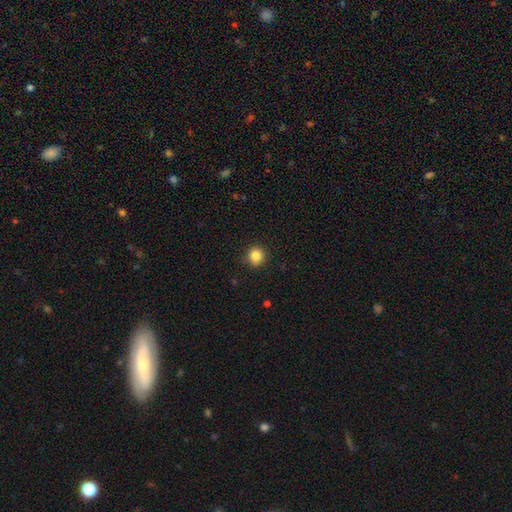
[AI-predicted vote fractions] smooth-or-featured: smooth: 85% | star or artifact: 11% | featured or disk: 4%
  how-rounded: round: 90% | in between: 9% | cigar-shaped: 1%
  merging: none: 87% | minor disturbance: 10% | major disturbance: 2% | merger: 1%